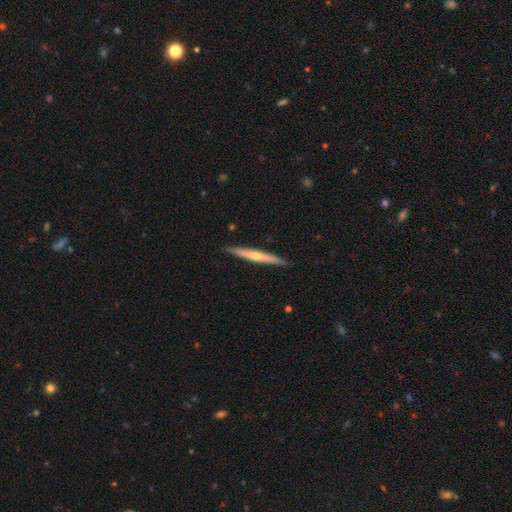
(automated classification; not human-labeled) This appears to be a featured or disk galaxy (65%) viewed edge-on (97%) with a rounded central bulge (72%). Merging: none (91%).